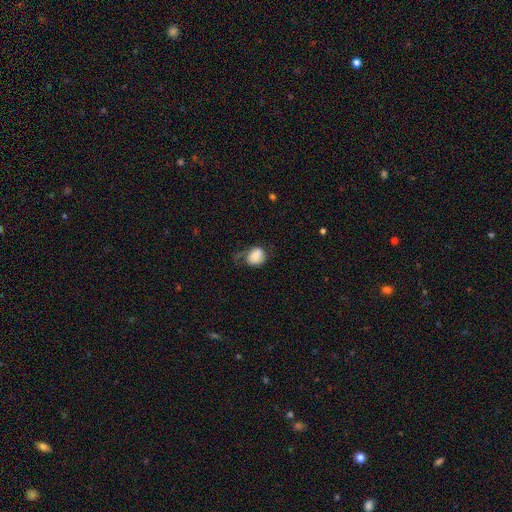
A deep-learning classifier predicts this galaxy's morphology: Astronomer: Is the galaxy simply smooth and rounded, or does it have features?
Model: smooth — 73%.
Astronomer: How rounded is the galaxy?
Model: round — 52% (runner-up: in between, 47%).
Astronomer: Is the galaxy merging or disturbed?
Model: none — 34% (runner-up: minor disturbance, 32%).